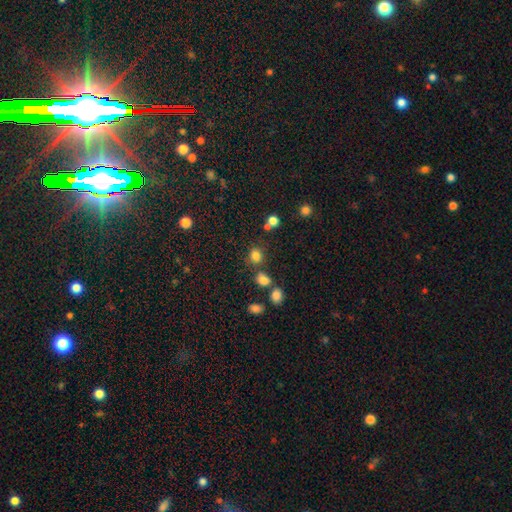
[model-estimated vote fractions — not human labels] smooth_or_featured: smooth (p=0.79) [alt: star or artifact p=0.15]
how_rounded: round (p=0.68) [alt: in between p=0.31]
merging: none (p=0.70) [alt: merger p=0.14]